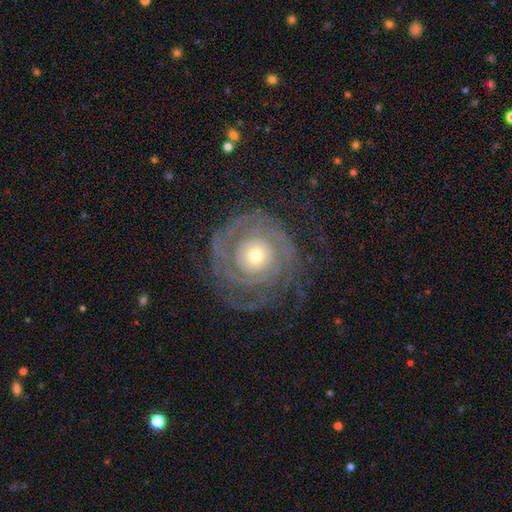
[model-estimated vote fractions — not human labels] A featured or disk galaxy (86%) with no bar (82%), tight (80%) spiral arms (95%) and a moderate central bulge (49%). Merging: none (76%).